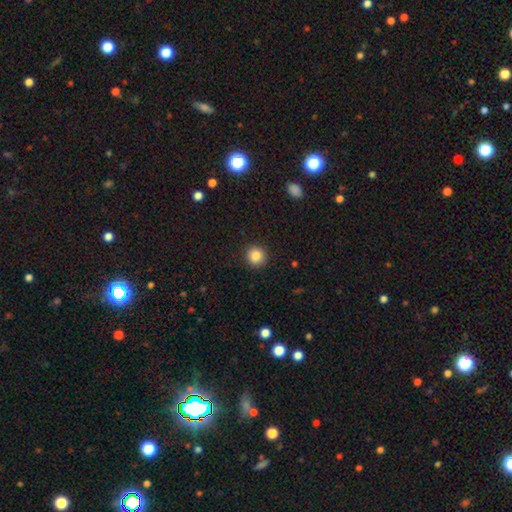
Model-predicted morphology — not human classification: Smooth or featured? Predicted: smooth (p=0.86). How rounded? Predicted: round (p=0.90). Merging? Predicted: none (p=0.91).